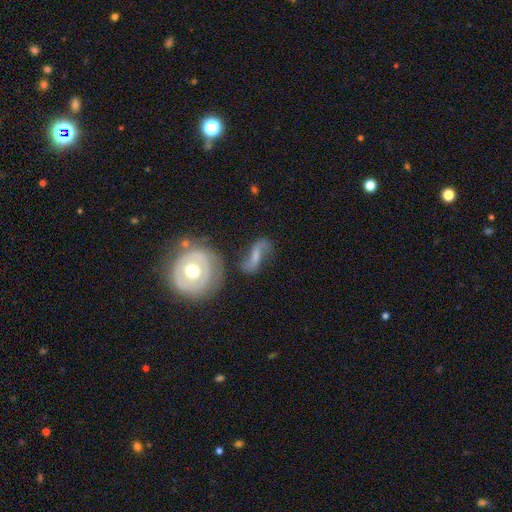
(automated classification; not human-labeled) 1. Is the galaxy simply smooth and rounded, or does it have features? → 69% featured or disk, 23% smooth, 8% star or artifact.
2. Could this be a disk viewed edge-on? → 94% no, 6% yes.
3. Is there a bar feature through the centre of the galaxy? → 41% weak, 33% no, 27% strong.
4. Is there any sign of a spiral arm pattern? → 87% yes, 13% no.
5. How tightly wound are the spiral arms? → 74% loose, 19% medium, 7% tight.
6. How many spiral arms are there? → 88% 2, 5% 1, 4% can't tell, 1% 3, 1% 4, 1% more than 4.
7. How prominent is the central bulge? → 39% moderate, 28% small, 24% none, 6% large, 2% dominant.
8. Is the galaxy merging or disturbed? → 52% none, 21% minor disturbance, 14% major disturbance, 13% merger.